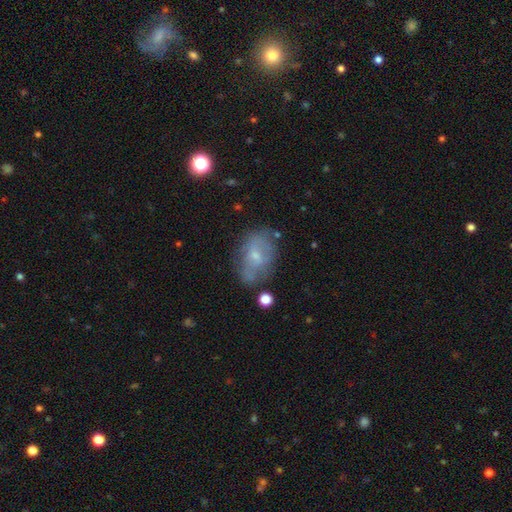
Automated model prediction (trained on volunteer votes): smooth 47%, featured or disk 44%, star or artifact 10%. Down the decision tree: merging — none (55%).